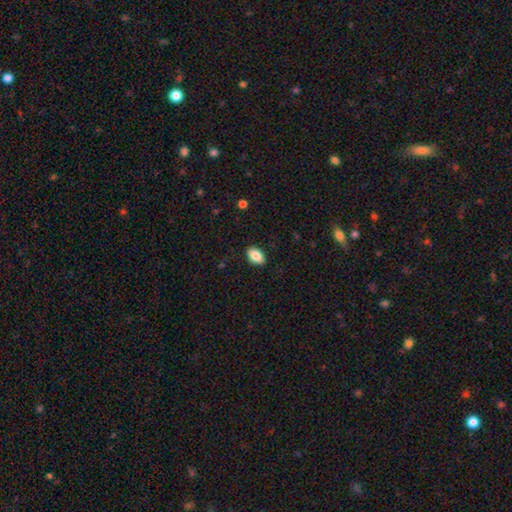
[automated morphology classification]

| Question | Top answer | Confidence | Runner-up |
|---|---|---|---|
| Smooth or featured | smooth | 87% | star or artifact (7%) |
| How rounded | in between | 90% | round (9%) |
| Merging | none | 89% | minor disturbance (8%) |